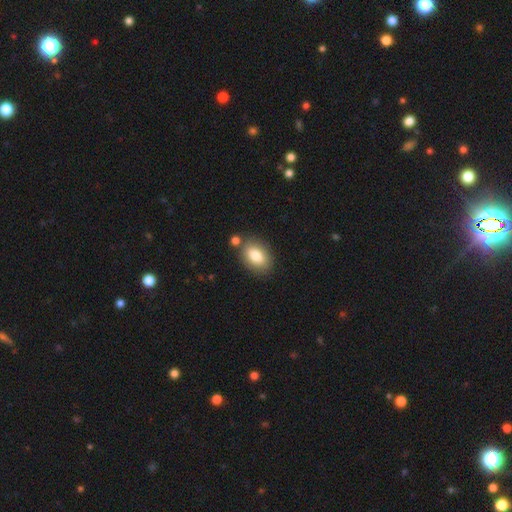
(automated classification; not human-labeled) This is clearly a smooth galaxy (83%). How rounded: clearly in between (86%). Merging: likely none (75%).